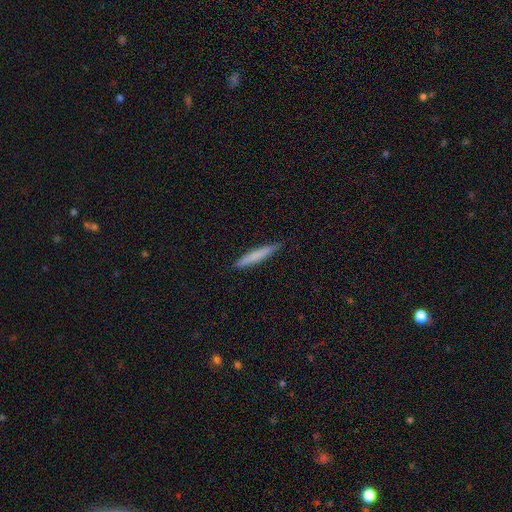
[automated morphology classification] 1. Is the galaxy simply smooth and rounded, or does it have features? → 73% smooth, 21% featured or disk, 6% star or artifact.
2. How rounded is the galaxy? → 95% cigar-shaped, 4% in between, 1% round.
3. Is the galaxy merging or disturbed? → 87% none, 10% minor disturbance, 2% major disturbance, 1% merger.